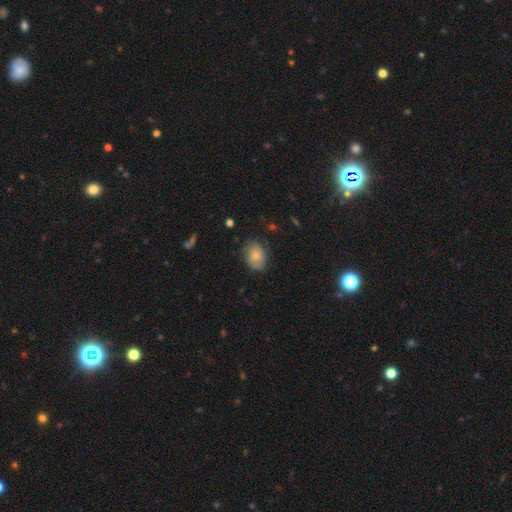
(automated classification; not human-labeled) This is likely a smooth galaxy (71%). How rounded: likely in between (72%). Merging: likely none (70%).